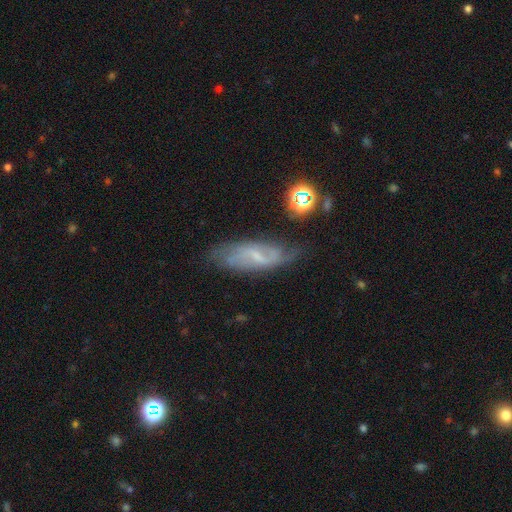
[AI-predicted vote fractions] Morphology: type=featured or disk (66%); edge-on=no (84%); bar=weak (52%); spiral arms=yes (82%); bulge=small (55%); merging=none (66%).